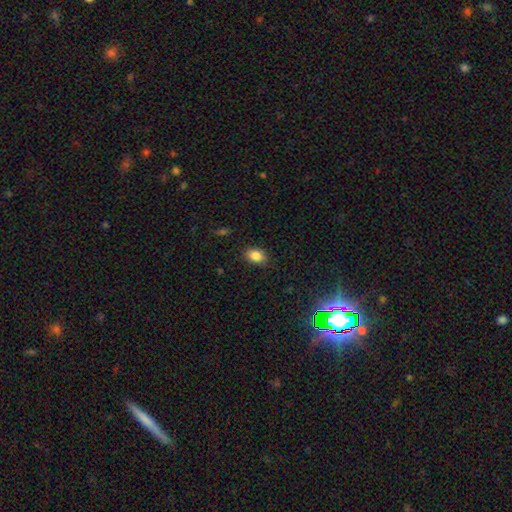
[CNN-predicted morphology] Smooth or featured?
  - smooth: 86% *
  - star or artifact: 9%
  - featured or disk: 5%
How rounded?
  - in between: 84% *
  - round: 14%
  - cigar-shaped: 1%
Merging?
  - none: 84% *
  - minor disturbance: 12%
  - major disturbance: 3%
  - merger: 1%